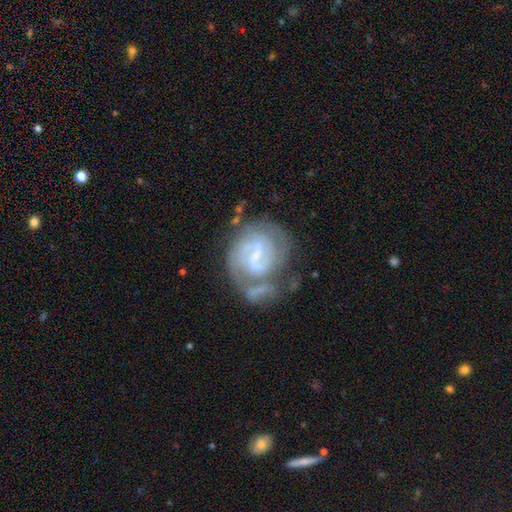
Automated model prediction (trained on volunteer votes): Smooth or featured?
  - featured or disk: 84% *
  - smooth: 10%
  - star or artifact: 6%
Edge-on disk?
  - no: 98% *
  - yes: 2%
Bar?
  - weak: 55% *
  - strong: 28%
  - no: 17%
Spiral arms?
  - yes: 94% *
  - no: 6%
Spiral winding?
  - tight: 56% *
  - medium: 36%
  - loose: 9%
Spiral arm count?
  - 2: 60% *
  - can't tell: 20%
  - 3: 10%
  - 1: 4%
  - 4: 3%
  - more than 4: 3%
Bulge size?
  - small: 71% *
  - moderate: 17%
  - none: 10%
  - large: 2%
  - dominant: 1%
Merging?
  - none: 38% *
  - merger: 29%
  - minor disturbance: 19%
  - major disturbance: 15%